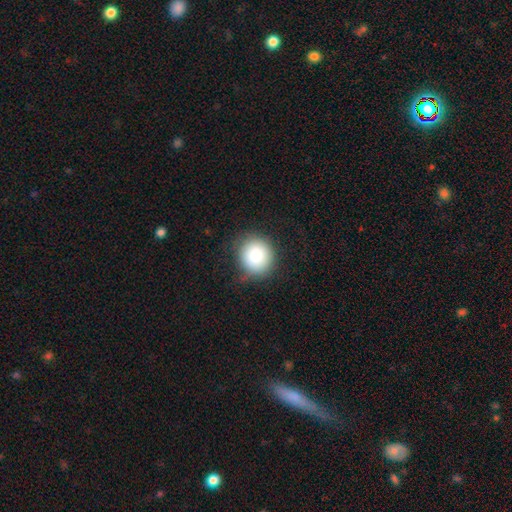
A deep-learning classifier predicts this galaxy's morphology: Q: Smooth or featured?
A: smooth (83%); runner-up: star or artifact (9%)
Q: How rounded?
A: round (87%); runner-up: in between (12%)
Q: Merging?
A: none (78%); runner-up: minor disturbance (16%)